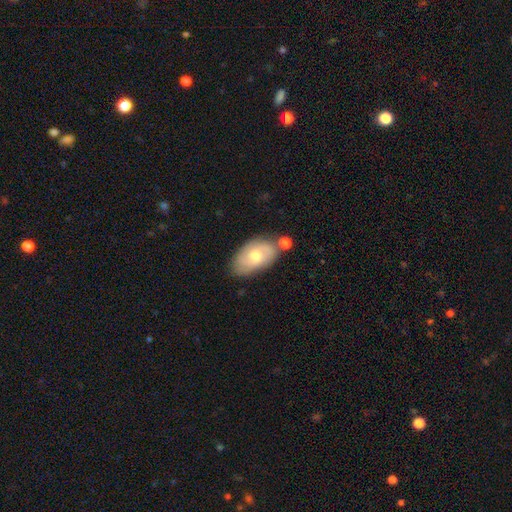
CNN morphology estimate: The model was most divided on "smooth or featured": smooth: 59%, featured or disk: 34%, star or artifact: 7%. More confident: how rounded — in between (92%); merging — none (59%).